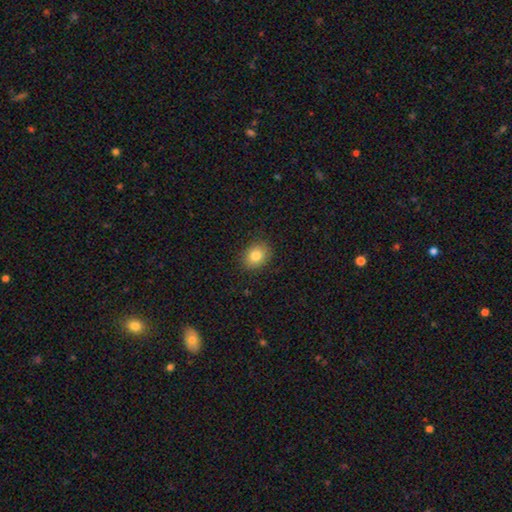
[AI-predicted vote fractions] The model was most divided on "how rounded": round: 50%, in between: 49%, cigar-shaped: 1%. More confident: merging — none (88%); smooth or featured — smooth (82%).